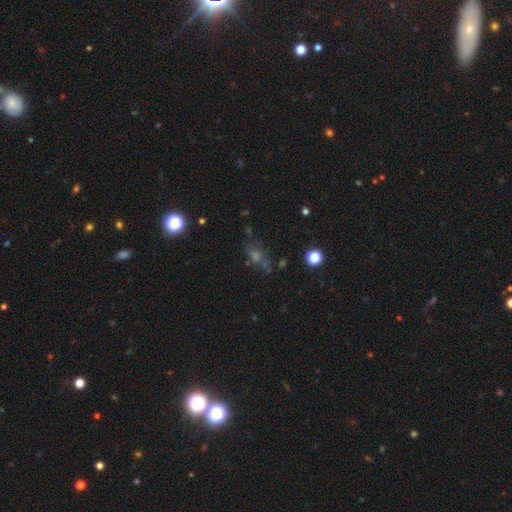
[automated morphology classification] smooth-or-featured: smooth: 36% | star or artifact: 35% | featured or disk: 29%
  merging: none: 58% | minor disturbance: 18% | major disturbance: 14% | merger: 10%